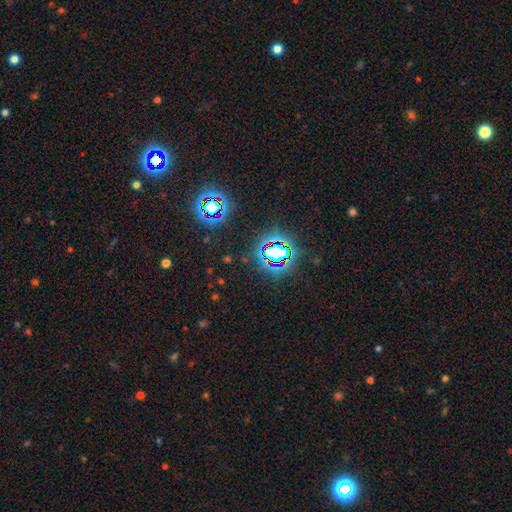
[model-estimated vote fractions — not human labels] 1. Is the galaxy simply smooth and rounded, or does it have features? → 77% star or artifact, 15% smooth, 8% featured or disk.